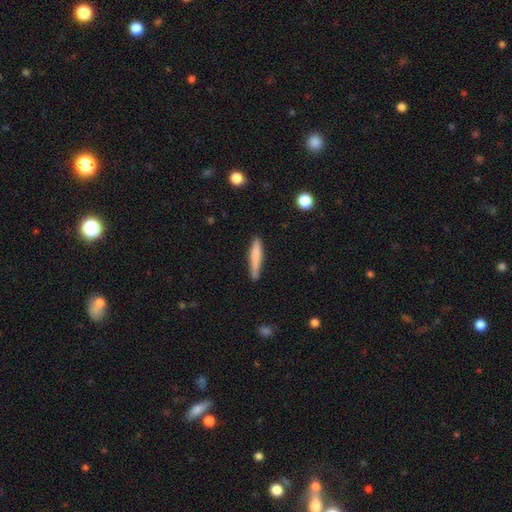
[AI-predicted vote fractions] A smooth galaxy with no disk features (75%) that is cigar-shaped (91%). Merging: none (73%).